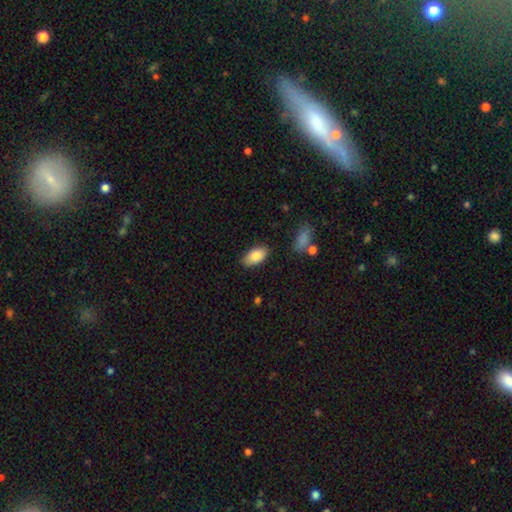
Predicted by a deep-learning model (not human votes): A smooth galaxy with no disk features (84%) that is in between round and cigar-shaped (93%).

Vote fractions:
- Smooth or featured? smooth: 84% / featured or disk: 9% / star or artifact: 7%
- How rounded? in between: 93% / round: 4% / cigar-shaped: 3%
- Merging? none: 82% / minor disturbance: 13% / major disturbance: 3% / merger: 2%